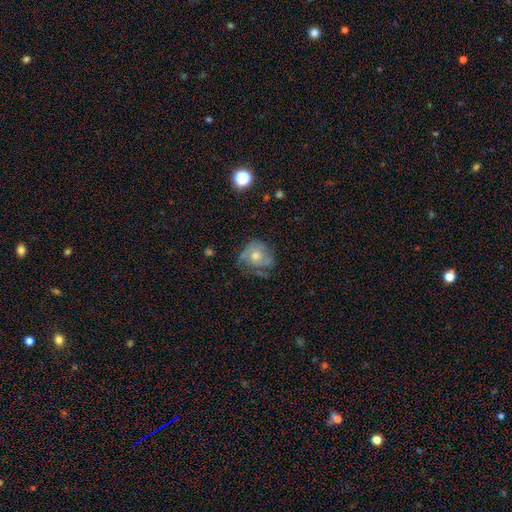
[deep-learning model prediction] Morphology: type=featured or disk (68%); edge-on=no (97%); bar=no (82%); spiral arms=yes (85%); winding=tight (56%); arm count=can't tell (36%); bulge=moderate (61%); merging=none (62%).